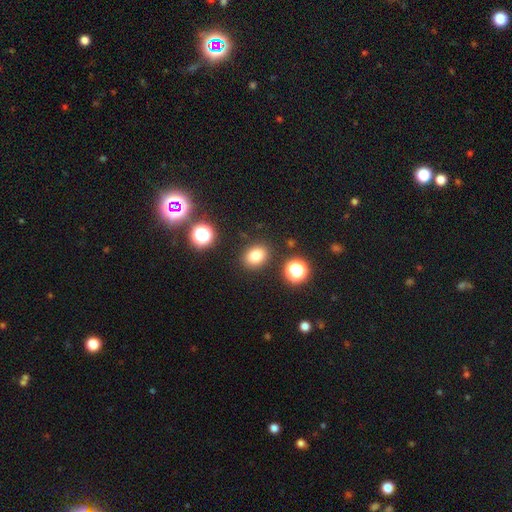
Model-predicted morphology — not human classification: smooth_or_featured: smooth (p=0.81) [alt: star or artifact p=0.14]
how_rounded: in between (p=0.53) [alt: round p=0.46]
merging: none (p=0.85) [alt: minor disturbance p=0.09]